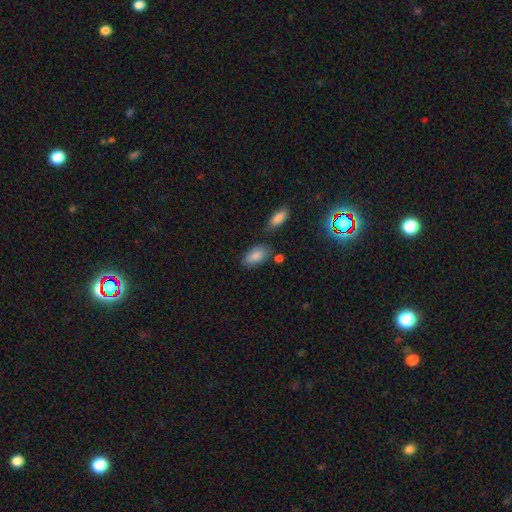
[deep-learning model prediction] Q: Smooth or featured?
A: smooth (85%); runner-up: featured or disk (8%)
Q: How rounded?
A: in between (92%); runner-up: cigar-shaped (4%)
Q: Merging?
A: none (65%); runner-up: minor disturbance (21%)